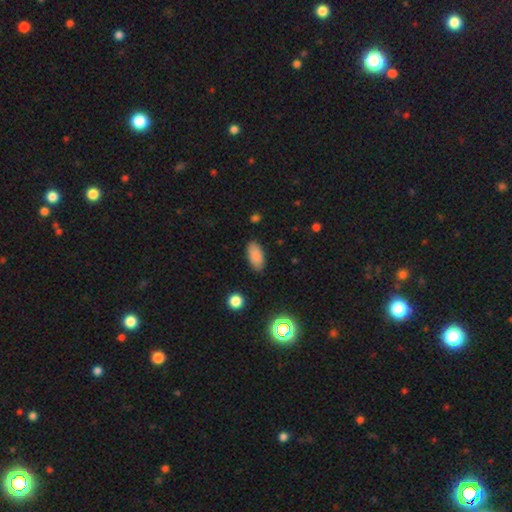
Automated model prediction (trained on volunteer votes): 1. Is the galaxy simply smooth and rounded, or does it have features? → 86% smooth, 9% star or artifact, 6% featured or disk.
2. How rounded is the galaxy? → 92% in between, 6% cigar-shaped, 3% round.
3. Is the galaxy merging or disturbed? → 86% none, 10% minor disturbance, 2% major disturbance, 1% merger.